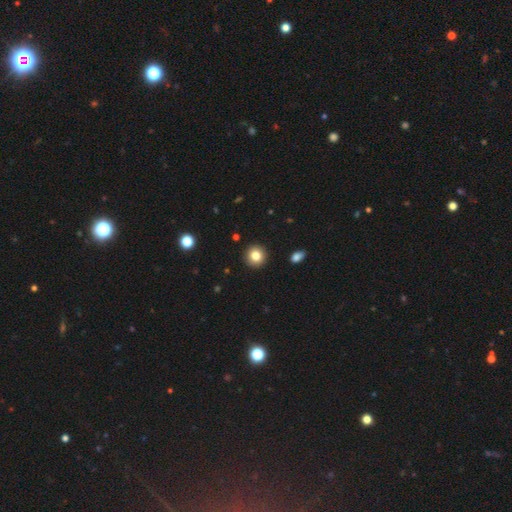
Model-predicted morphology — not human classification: The model was most divided on "smooth or featured": smooth: 82%, star or artifact: 10%, featured or disk: 8%. More confident: merging — none (93%); how rounded — round (93%).